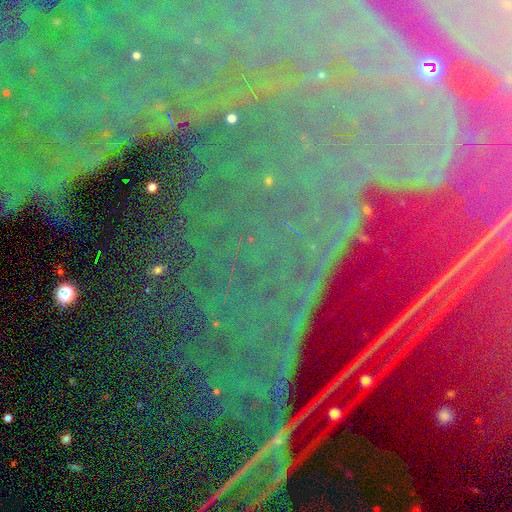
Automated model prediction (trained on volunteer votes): Q: Smooth or featured?
A: star or artifact (87%); runner-up: featured or disk (7%)